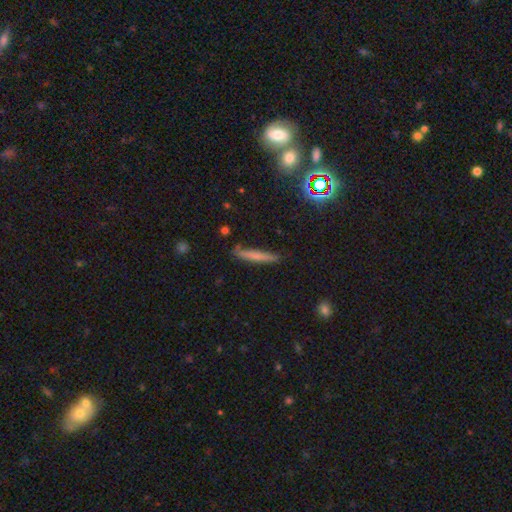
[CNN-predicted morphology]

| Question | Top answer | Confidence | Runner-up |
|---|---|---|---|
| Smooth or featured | smooth | 61% | featured or disk (27%) |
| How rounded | cigar-shaped | 92% | in between (5%) |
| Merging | none | 77% | minor disturbance (16%) |